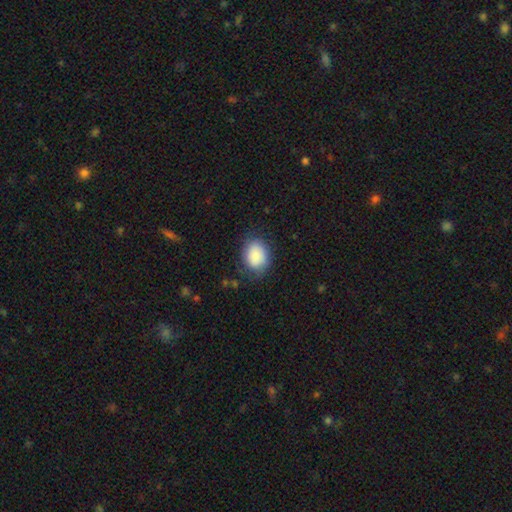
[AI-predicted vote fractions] Smooth or featured?
  - smooth: 86% *
  - star or artifact: 7%
  - featured or disk: 7%
How rounded?
  - in between: 56% *
  - round: 43%
  - cigar-shaped: 1%
Merging?
  - none: 75% *
  - minor disturbance: 18%
  - major disturbance: 6%
  - merger: 1%